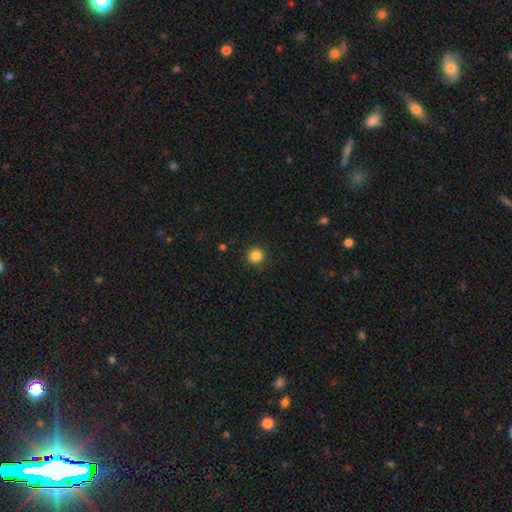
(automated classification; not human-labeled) This is clearly a smooth galaxy (85%). How rounded: clearly round (96%). Merging: clearly none (92%).